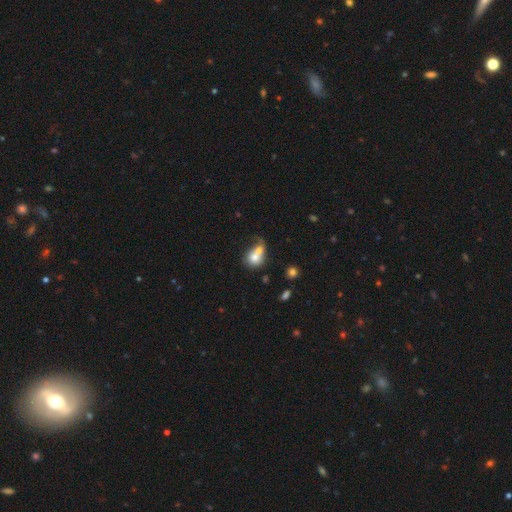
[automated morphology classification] A smooth galaxy with no disk features (72%) that is round (63%). Merging: merger (65%).